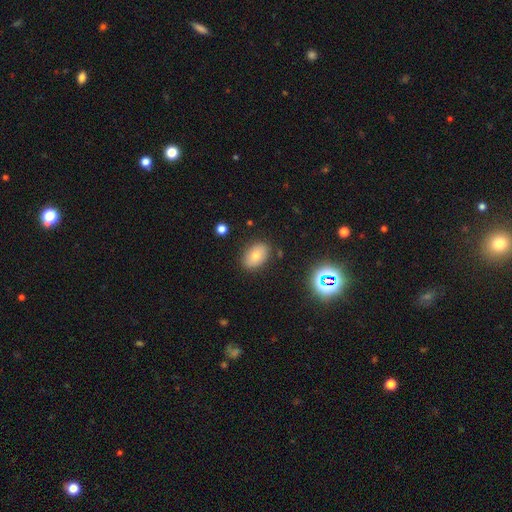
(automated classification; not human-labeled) A smooth galaxy with no disk features (72%) that is in between round and cigar-shaped (83%).

Vote fractions:
- Smooth or featured? smooth: 72% / featured or disk: 16% / star or artifact: 12%
- How rounded? in between: 83% / round: 16% / cigar-shaped: 1%
- Merging? none: 85% / minor disturbance: 10% / major disturbance: 3% / merger: 2%